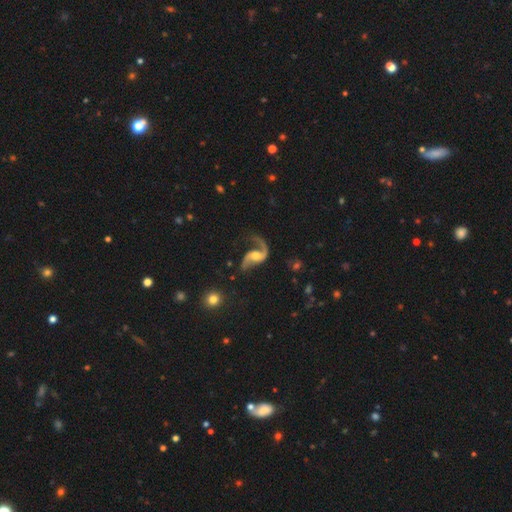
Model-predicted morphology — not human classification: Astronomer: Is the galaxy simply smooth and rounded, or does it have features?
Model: featured or disk — 91%.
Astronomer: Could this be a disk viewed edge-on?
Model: no — 97%.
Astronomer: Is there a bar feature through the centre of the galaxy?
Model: no — 55% (runner-up: weak, 32%).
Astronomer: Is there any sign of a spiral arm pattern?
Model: yes — 97%.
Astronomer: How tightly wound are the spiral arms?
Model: loose — 71%.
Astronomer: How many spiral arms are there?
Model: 2 — 89%.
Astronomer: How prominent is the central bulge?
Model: moderate — 61%.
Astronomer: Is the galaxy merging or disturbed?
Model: none — 62%.